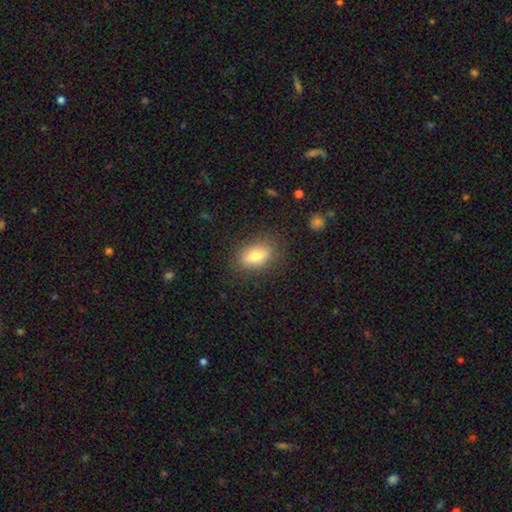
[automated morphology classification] The model was most divided on "smooth or featured": smooth: 76%, featured or disk: 16%, star or artifact: 8%. More confident: how rounded — in between (84%); merging — none (82%).